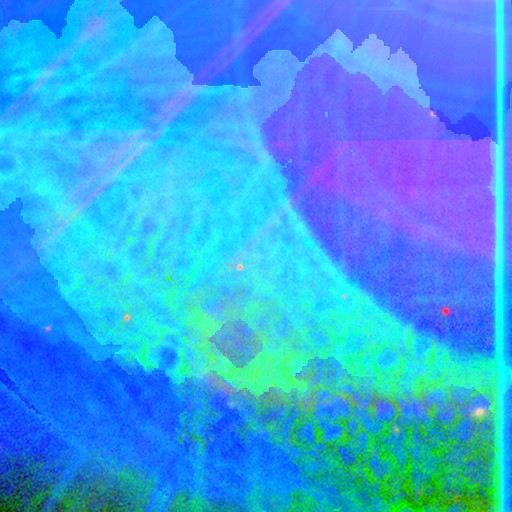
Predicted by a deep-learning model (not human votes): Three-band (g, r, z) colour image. It shows a star or artifact, not a galaxy (84%).